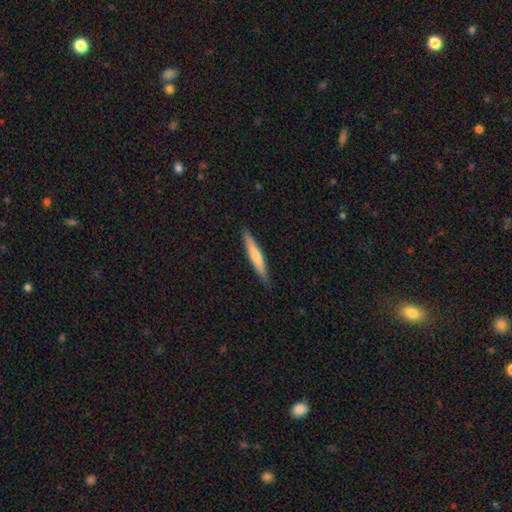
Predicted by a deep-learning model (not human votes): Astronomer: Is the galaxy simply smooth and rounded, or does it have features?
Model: smooth — 62%.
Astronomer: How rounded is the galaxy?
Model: cigar-shaped — 94%.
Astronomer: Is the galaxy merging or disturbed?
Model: none — 88%.